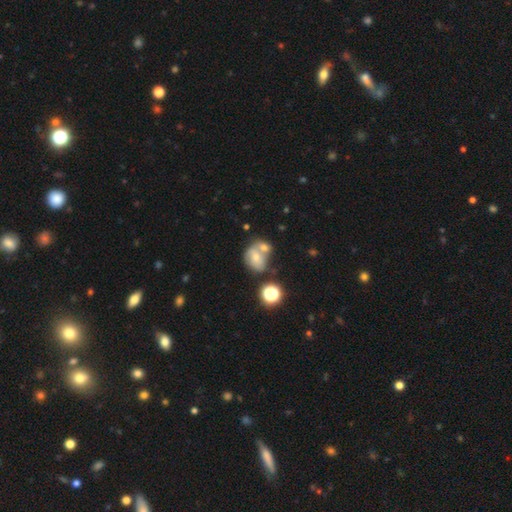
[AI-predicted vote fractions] Q: Smooth or featured?
A: smooth (54%); runner-up: featured or disk (31%)
Q: How rounded?
A: round (53%); runner-up: in between (45%)
Q: Merging?
A: merger (53%); runner-up: none (29%)